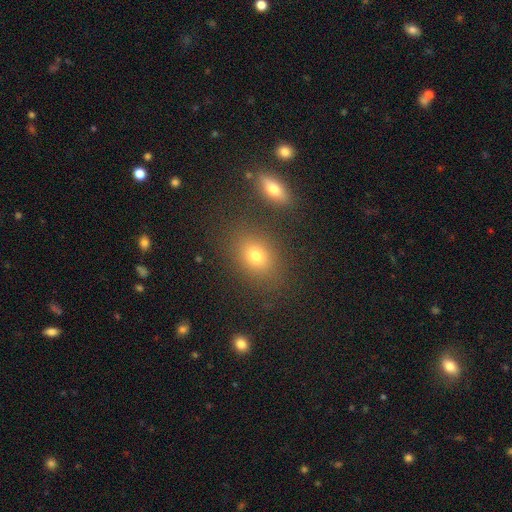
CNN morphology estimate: A smooth galaxy with no disk features (74%) that is in between round and cigar-shaped (66%).

Vote fractions:
- Smooth or featured? smooth: 74% / star or artifact: 14% / featured or disk: 12%
- How rounded? in between: 66% / round: 32% / cigar-shaped: 2%
- Merging? none: 78% / minor disturbance: 10% / merger: 7% / major disturbance: 4%